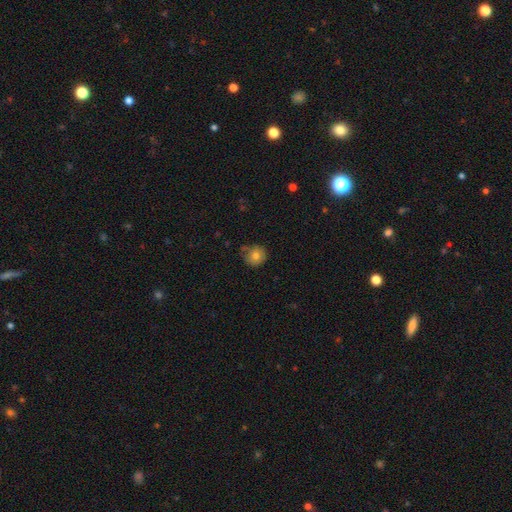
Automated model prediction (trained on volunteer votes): A smooth galaxy with no disk features (77%) that is round (91%).

Vote fractions:
- Smooth or featured? smooth: 77% / featured or disk: 13% / star or artifact: 10%
- How rounded? round: 91% / in between: 8% / cigar-shaped: 1%
- Merging? none: 72% / minor disturbance: 21% / major disturbance: 4% / merger: 3%